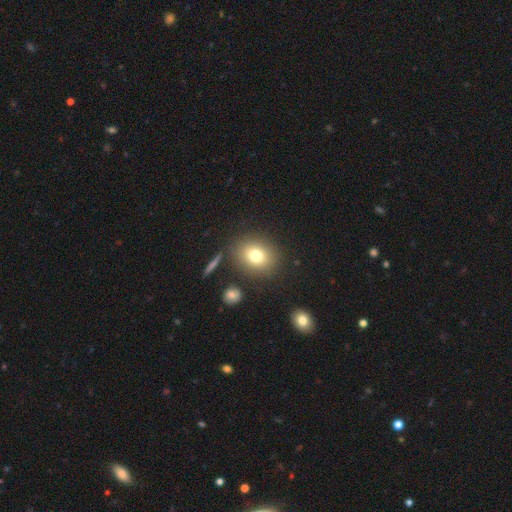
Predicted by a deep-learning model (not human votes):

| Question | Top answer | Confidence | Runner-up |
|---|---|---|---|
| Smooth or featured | smooth | 76% | star or artifact (13%) |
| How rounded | round | 60% | in between (39%) |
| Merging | none | 83% | minor disturbance (9%) |